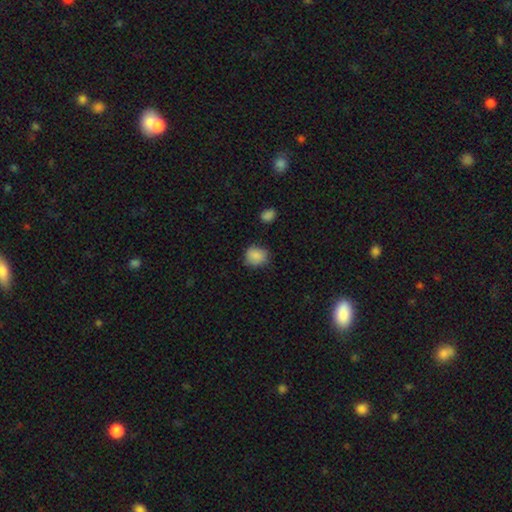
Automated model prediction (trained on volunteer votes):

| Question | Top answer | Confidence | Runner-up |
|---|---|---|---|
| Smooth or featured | smooth | 87% | star or artifact (9%) |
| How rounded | round | 70% | in between (29%) |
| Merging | none | 75% | minor disturbance (19%) |